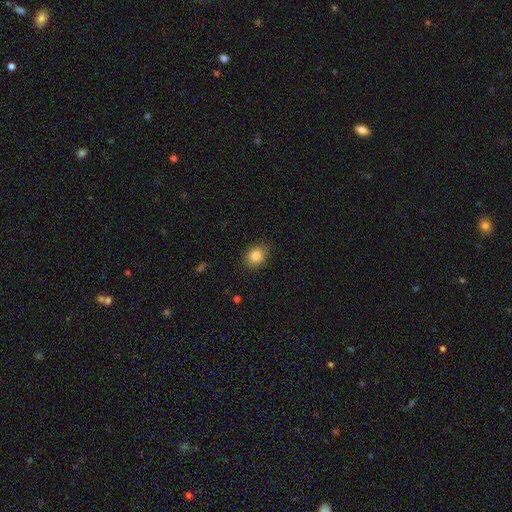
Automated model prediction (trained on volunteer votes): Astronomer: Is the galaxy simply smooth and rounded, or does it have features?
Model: smooth — 85%.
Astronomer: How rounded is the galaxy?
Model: in between — 54% (runner-up: round, 45%).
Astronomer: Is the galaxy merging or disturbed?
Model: none — 85%.